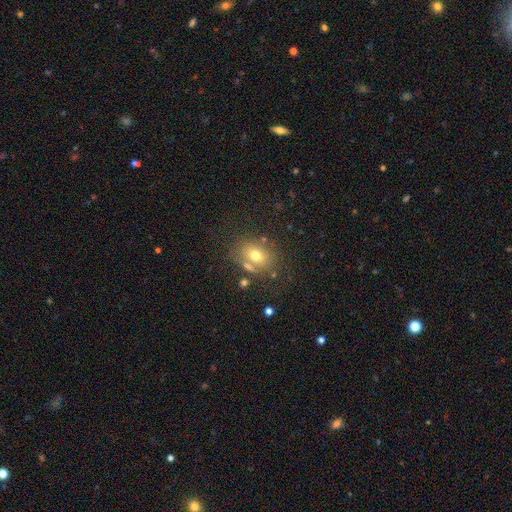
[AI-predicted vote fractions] Q: Smooth or featured?
A: smooth (67%); runner-up: featured or disk (19%)
Q: How rounded?
A: in between (59%); runner-up: round (39%)
Q: Merging?
A: none (65%); runner-up: minor disturbance (15%)